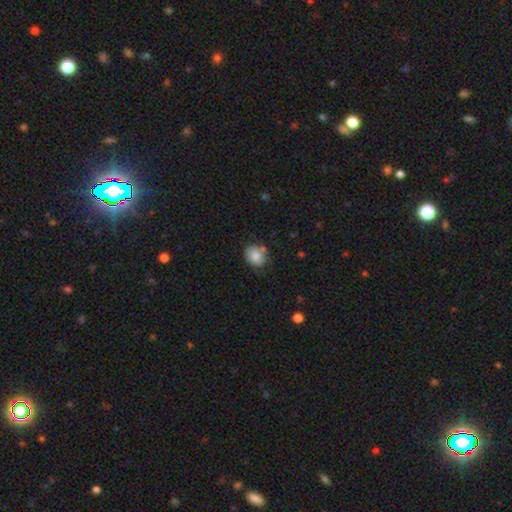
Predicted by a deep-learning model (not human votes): smooth-or-featured: smooth: 82% | featured or disk: 10% | star or artifact: 9%
  how-rounded: round: 70% | in between: 29% | cigar-shaped: 1%
  merging: none: 70% | minor disturbance: 19% | merger: 7% | major disturbance: 4%